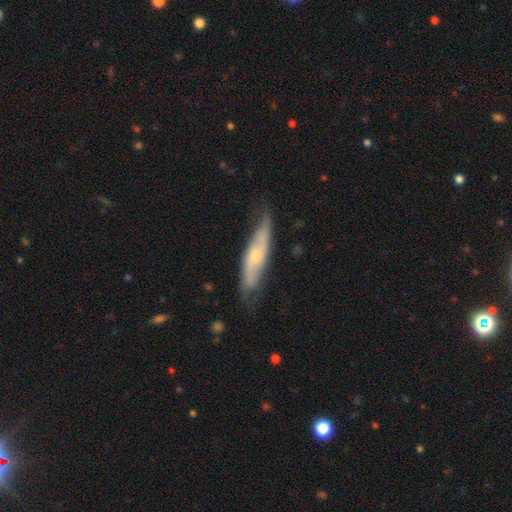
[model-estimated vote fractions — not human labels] The model was most divided on "edge-on disk": no: 61%, yes: 39%. More confident: merging — none (69%); smooth or featured — featured or disk (62%).